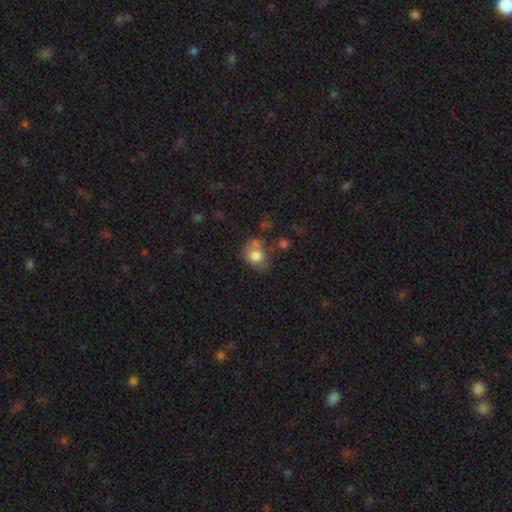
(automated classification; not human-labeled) This is likely a smooth galaxy (74%). How rounded: possibly round (55%). Merging: marginally none (44%).